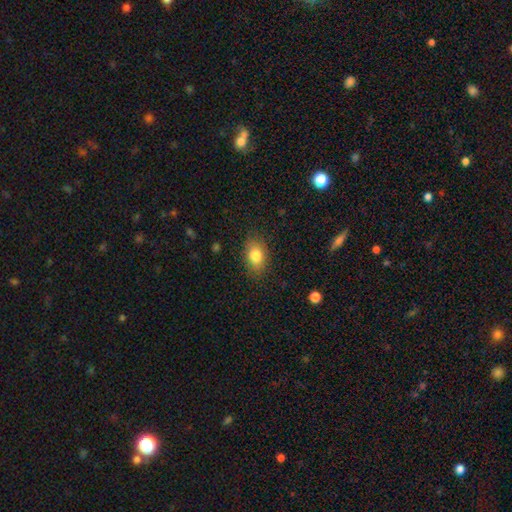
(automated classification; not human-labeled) Morphology: type=smooth (82%); roundness=in between (81%); merging=none (85%).